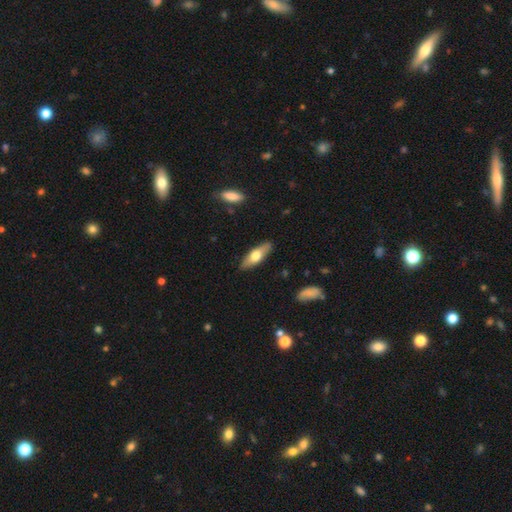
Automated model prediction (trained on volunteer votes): The model was most divided on "how rounded": in between: 55%, cigar-shaped: 43%, round: 2%. More confident: merging — none (87%); smooth or featured — smooth (59%).